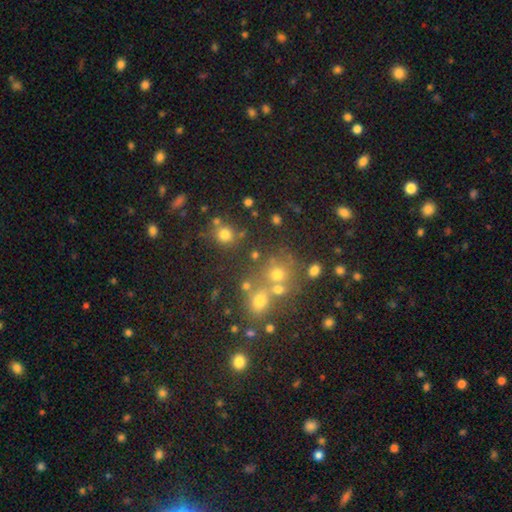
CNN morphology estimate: A smooth galaxy with no disk features (59%) that is round (83%).

Vote fractions:
- Smooth or featured? smooth: 59% / star or artifact: 28% / featured or disk: 14%
- How rounded? round: 83% / in between: 16% / cigar-shaped: 1%
- Merging? none: 61% / merger: 25% / minor disturbance: 9% / major disturbance: 5%